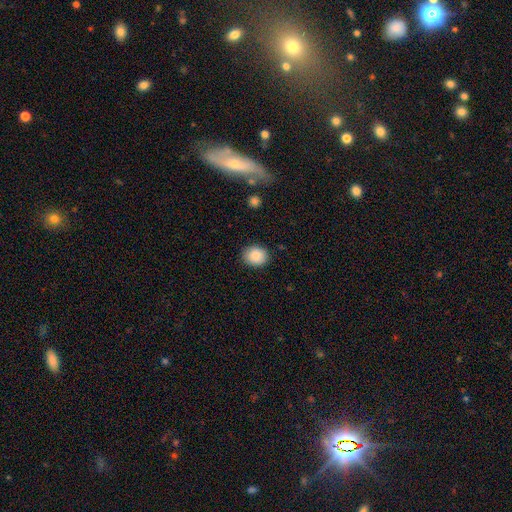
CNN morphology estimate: Smooth or featured? smooth (88%)
How rounded? round (65%)
Merging? none (88%)